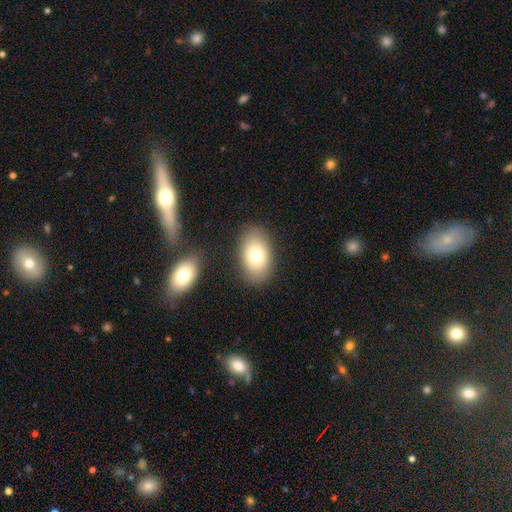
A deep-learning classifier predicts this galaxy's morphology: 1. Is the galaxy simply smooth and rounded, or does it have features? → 75% smooth, 16% featured or disk, 10% star or artifact.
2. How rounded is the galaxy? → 86% in between, 12% round, 1% cigar-shaped.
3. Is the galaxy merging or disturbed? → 84% none, 10% minor disturbance, 3% major disturbance, 3% merger.